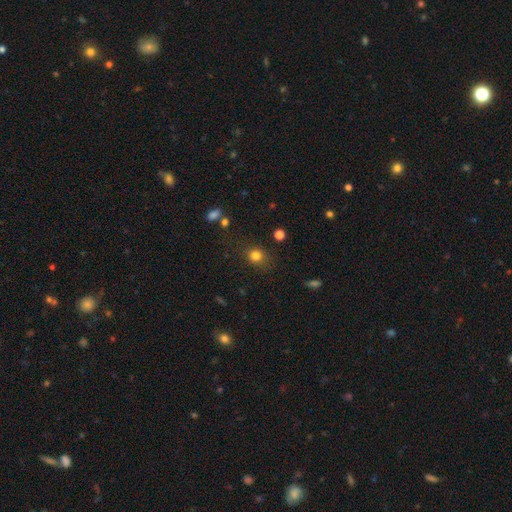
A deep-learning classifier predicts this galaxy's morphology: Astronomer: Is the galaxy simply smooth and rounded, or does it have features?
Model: smooth — 81%.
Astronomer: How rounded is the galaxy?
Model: round — 78%.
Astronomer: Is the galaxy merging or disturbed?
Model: none — 80%.